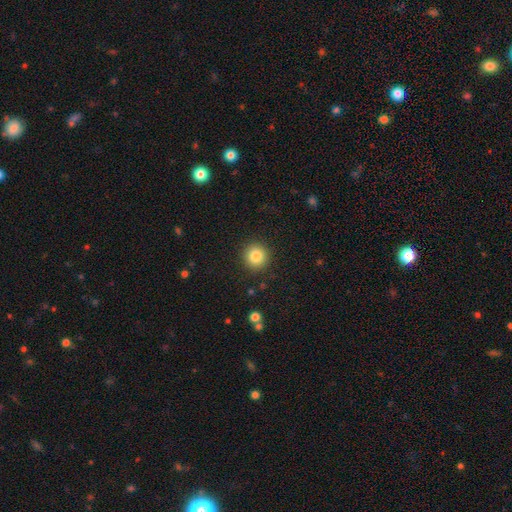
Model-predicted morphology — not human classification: A smooth galaxy with no disk features (84%) that is round (94%). Merging: none (91%).